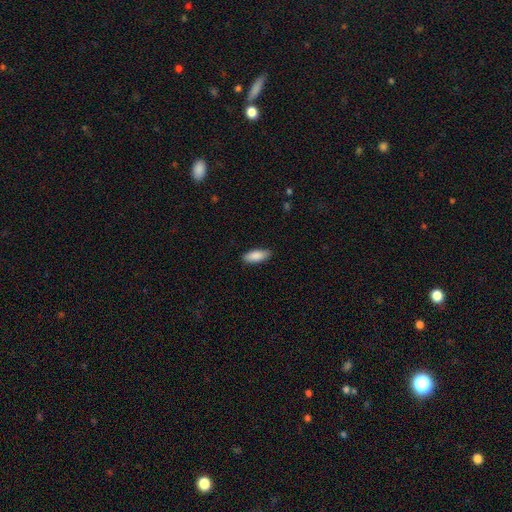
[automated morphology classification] Smooth or featured: smooth — 89% (star or artifact — 6%)
How rounded: in between — 78% (cigar-shaped — 20%)
Merging: none — 86% (minor disturbance — 11%)